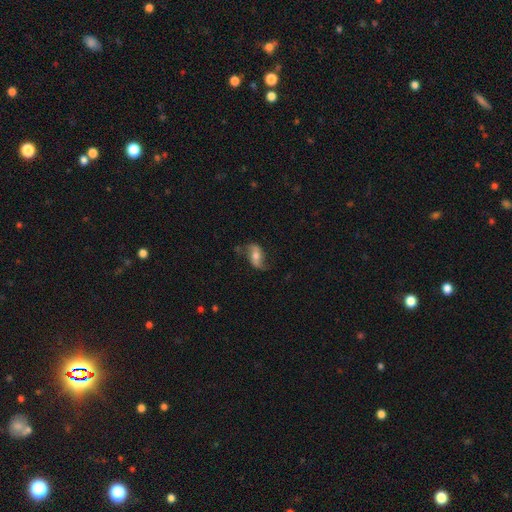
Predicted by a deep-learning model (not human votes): featured or disk 63%, smooth 29%, star or artifact 8%. Down the decision tree: edge-on disk — no (92%); bar — no (39%); spiral arms — yes (88%); spiral arm count — 2 (88%); spiral winding — loose (75%); bulge size — moderate (58%); merging — none (64%).